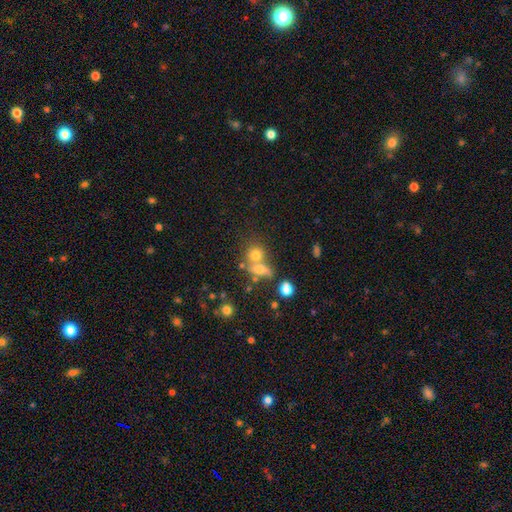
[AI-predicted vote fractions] Smooth or featured?
  - smooth: 53% *
  - star or artifact: 28%
  - featured or disk: 19%
How rounded?
  - round: 72% *
  - in between: 25%
  - cigar-shaped: 3%
Merging?
  - merger: 45% *
  - none: 41%
  - minor disturbance: 8%
  - major disturbance: 6%